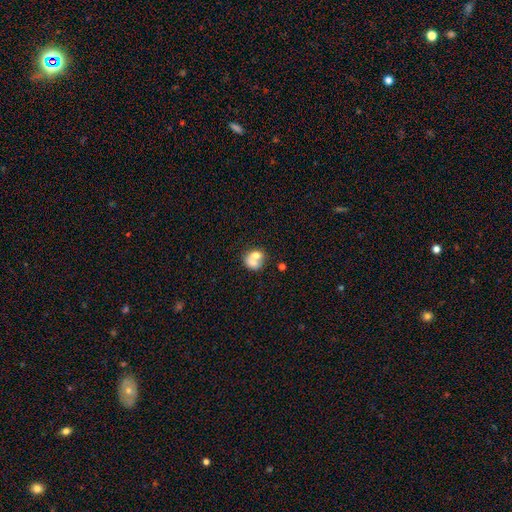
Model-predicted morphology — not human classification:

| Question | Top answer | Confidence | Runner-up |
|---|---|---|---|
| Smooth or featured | smooth | 67% | featured or disk (24%) |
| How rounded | round | 62% | in between (37%) |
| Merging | merger | 57% | none (29%) |